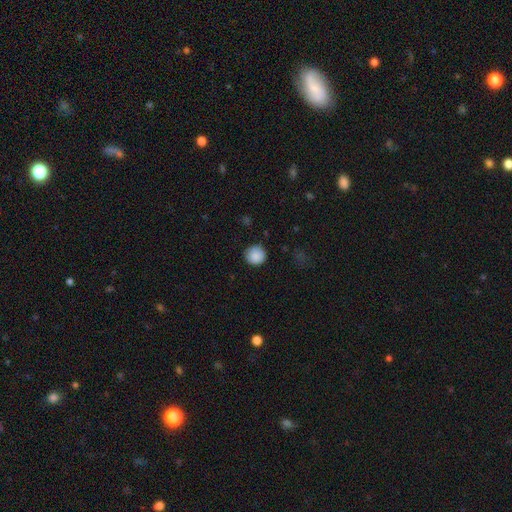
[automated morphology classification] Smooth or featured? Predicted: smooth (p=0.88). How rounded? Predicted: round (p=0.92). Merging? Predicted: none (p=0.85).